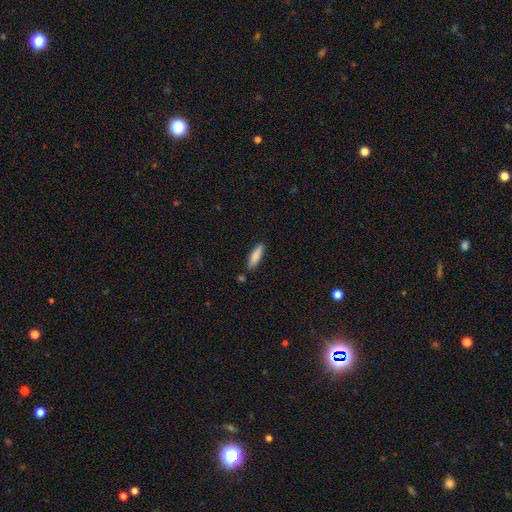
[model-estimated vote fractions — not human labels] Overall: smooth (84%). How rounded: cigar-shaped (64%; in between 34%). Merging: none (84%).